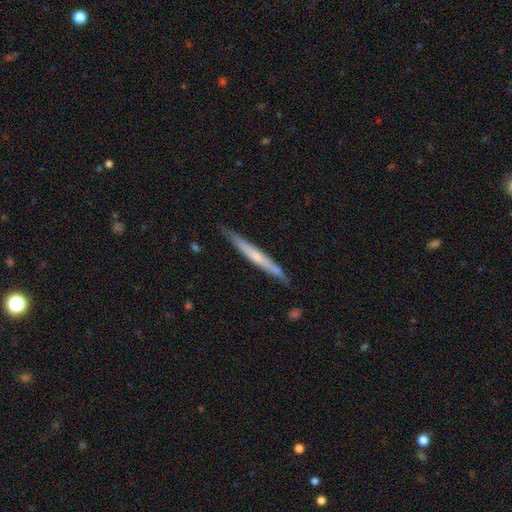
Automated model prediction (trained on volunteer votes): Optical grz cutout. It shows a featured or disk galaxy (52%) viewed edge-on (95%). Merging: none (84%).